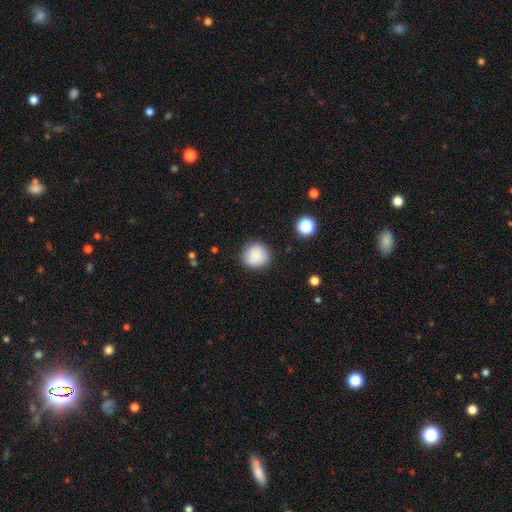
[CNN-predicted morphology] type=smooth (86%); roundness=round (91%); merging=none (85%).